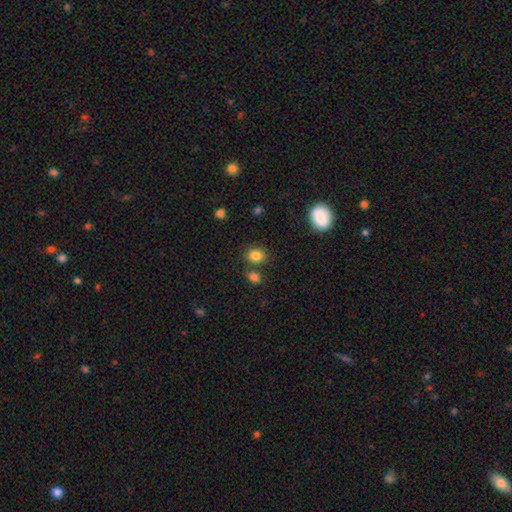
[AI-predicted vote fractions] Smooth or featured? smooth (83%)
How rounded? round (52%)
Merging? none (74%)